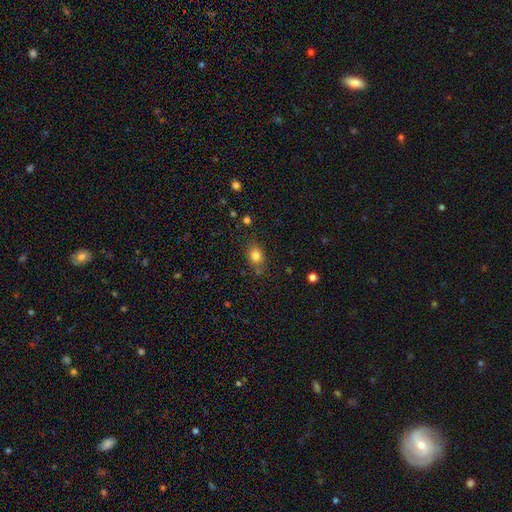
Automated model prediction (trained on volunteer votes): Morphology: type=smooth (81%); roundness=round (52%); merging=none (76%).